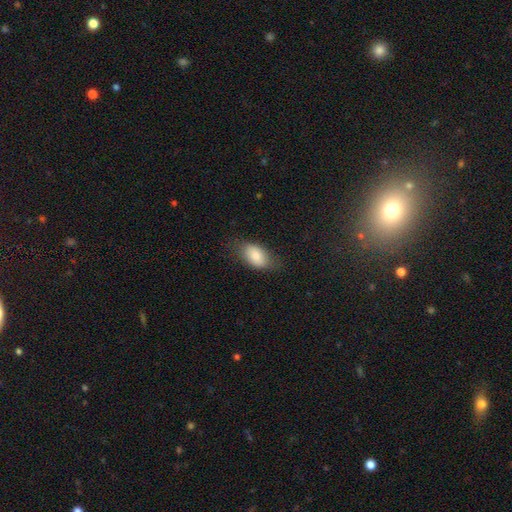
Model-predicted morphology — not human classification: type=smooth (80%); roundness=in between (91%); merging=none (70%).